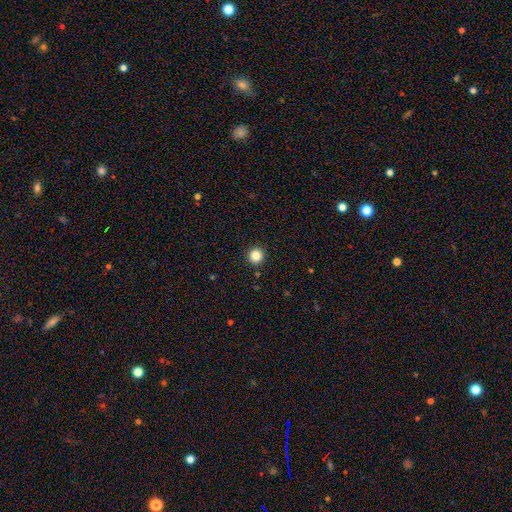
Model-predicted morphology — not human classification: Smooth or featured?
  - smooth: 83% *
  - star or artifact: 12%
  - featured or disk: 5%
How rounded?
  - round: 95% *
  - in between: 4%
  - cigar-shaped: 1%
Merging?
  - none: 93% *
  - minor disturbance: 4%
  - major disturbance: 2%
  - merger: 1%